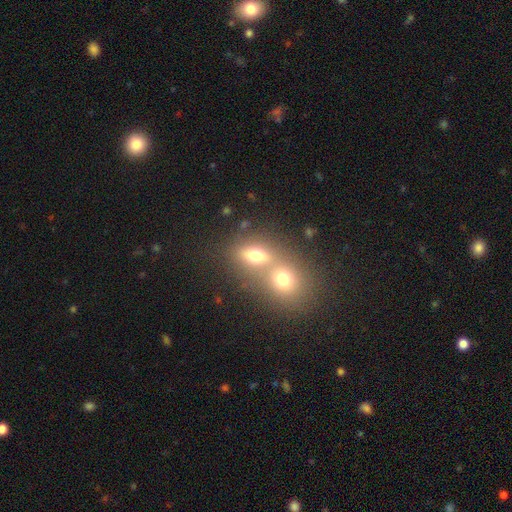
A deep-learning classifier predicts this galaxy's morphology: Smooth or featured?
  - smooth: 67% *
  - featured or disk: 19%
  - star or artifact: 14%
How rounded?
  - in between: 59% *
  - round: 35%
  - cigar-shaped: 6%
Merging?
  - merger: 56% *
  - none: 34%
  - minor disturbance: 6%
  - major disturbance: 4%